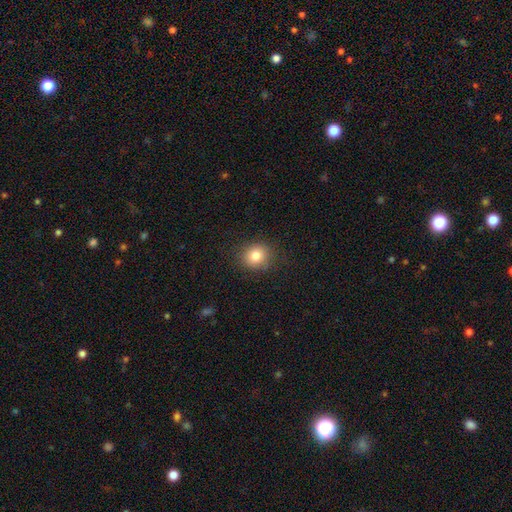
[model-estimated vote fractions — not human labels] Smooth or featured? Predicted: smooth (p=0.81). How rounded? Predicted: round (p=0.81). Merging? Predicted: none (p=0.86).